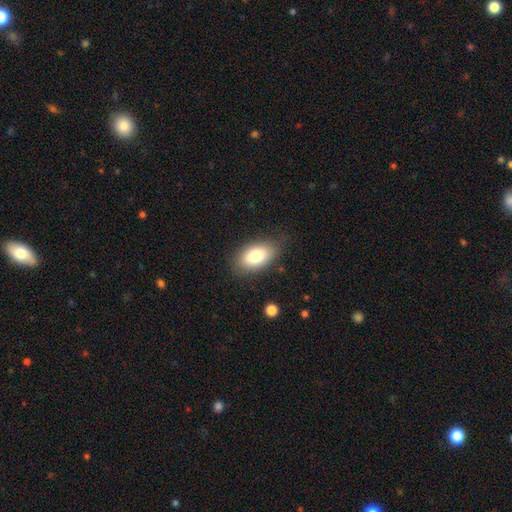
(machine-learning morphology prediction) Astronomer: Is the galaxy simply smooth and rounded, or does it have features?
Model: smooth — 81%.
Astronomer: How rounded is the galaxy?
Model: in between — 92%.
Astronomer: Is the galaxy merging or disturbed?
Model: none — 78%.